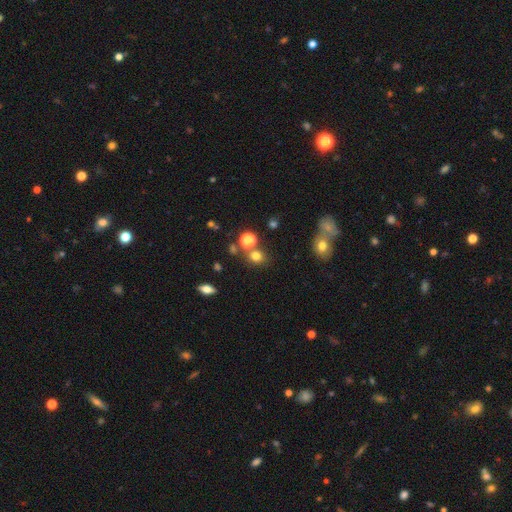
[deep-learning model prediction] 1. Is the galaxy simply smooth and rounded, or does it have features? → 74% smooth, 18% star or artifact, 8% featured or disk.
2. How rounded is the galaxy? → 75% round, 23% in between, 1% cigar-shaped.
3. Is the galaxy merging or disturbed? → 68% none, 18% merger, 10% minor disturbance, 4% major disturbance.